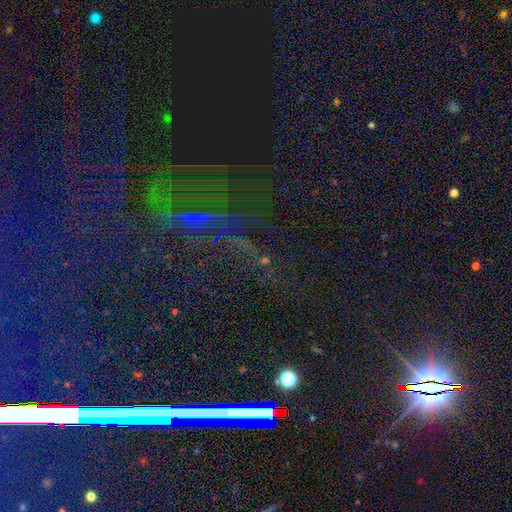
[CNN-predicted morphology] Smooth or featured? Predicted: star or artifact (p=0.83).